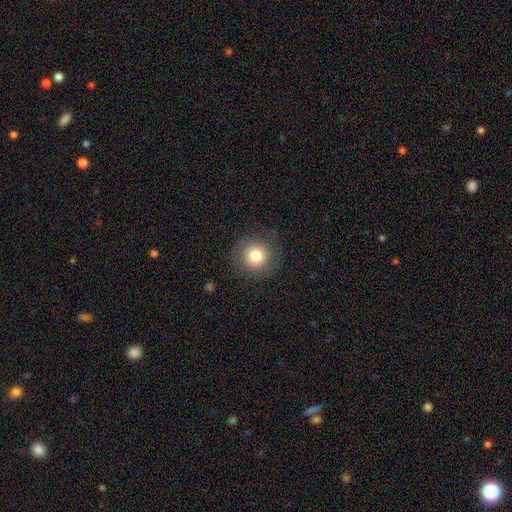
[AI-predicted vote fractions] Smooth or featured: smooth — 76% (featured or disk — 15%)
How rounded: round — 93% (in between — 6%)
Merging: none — 83% (minor disturbance — 11%)